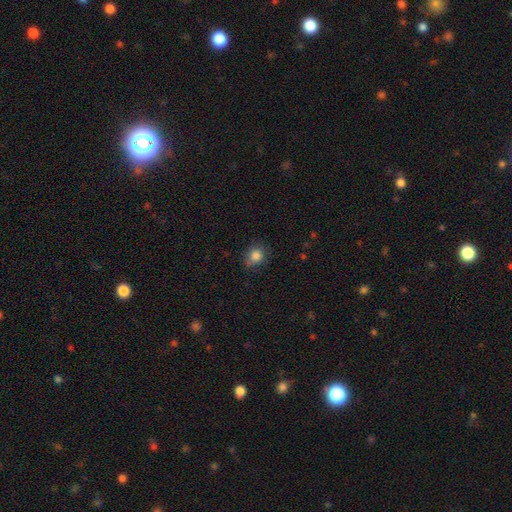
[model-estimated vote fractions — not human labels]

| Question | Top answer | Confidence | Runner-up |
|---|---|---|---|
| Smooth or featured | smooth | 84% | star or artifact (10%) |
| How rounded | round | 68% | in between (31%) |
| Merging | none | 73% | minor disturbance (20%) |